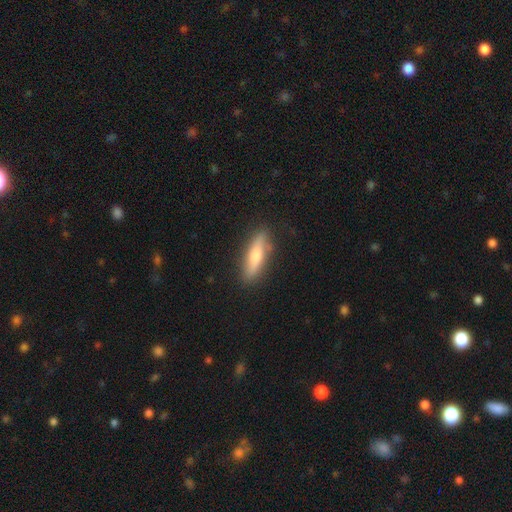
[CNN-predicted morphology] This is likely a smooth galaxy (62%). How rounded: likely cigar-shaped (72%). Merging: clearly none (82%).